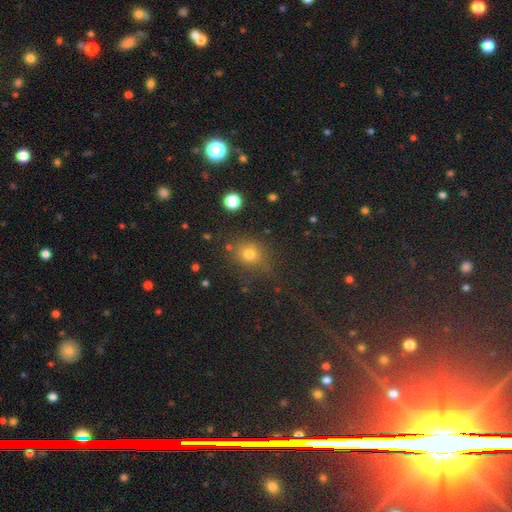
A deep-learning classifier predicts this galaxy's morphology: Q: Smooth or featured?
A: smooth (57%); runner-up: star or artifact (34%)
Q: How rounded?
A: round (78%); runner-up: in between (20%)
Q: Merging?
A: none (82%); runner-up: minor disturbance (11%)